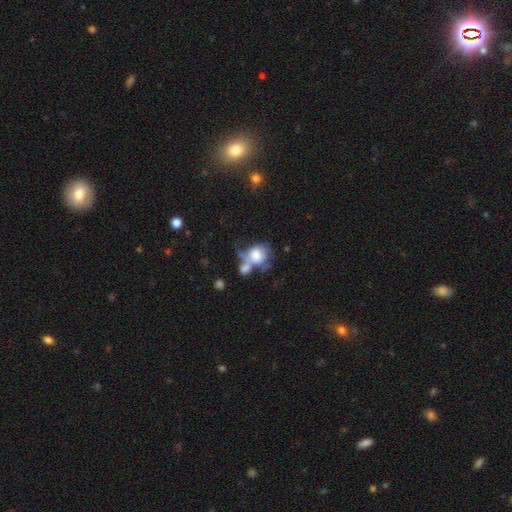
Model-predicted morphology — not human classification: Smooth or featured: smooth — 59% (featured or disk — 32%)
How rounded: round — 49% (tied with in between — 49%)
Merging: merger — 46% (major disturbance — 21%)